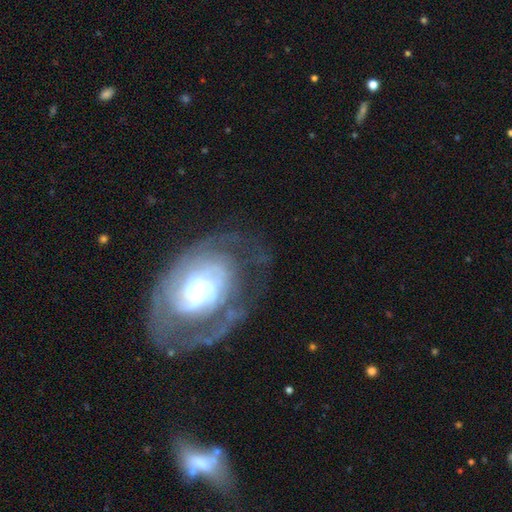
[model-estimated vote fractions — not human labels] Smooth or featured: featured or disk — 78% (smooth — 14%)
Edge-on disk: no — 95% (yes — 5%)
Bar: no — 61% (weak — 28%)
Spiral arms: yes — 74% (no — 26%)
Spiral winding: tight — 66% (medium — 24%)
Spiral arm count: can't tell — 51% (2 — 22%)
Bulge size: small — 38% (moderate — 34%)
Merging: none — 61% (minor disturbance — 18%)